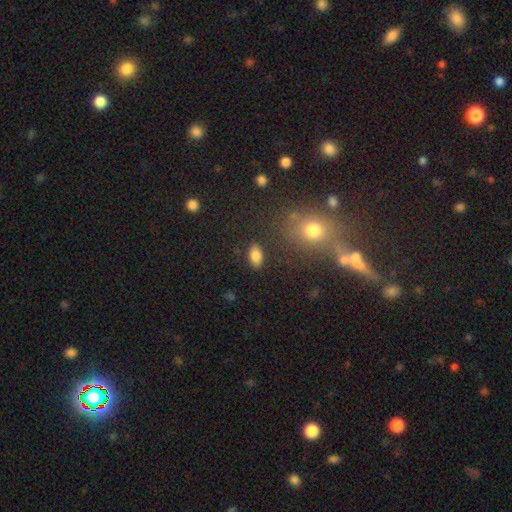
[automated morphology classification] smooth-or-featured: smooth: 84% | star or artifact: 10% | featured or disk: 6%
  how-rounded: in between: 91% | round: 6% | cigar-shaped: 3%
  merging: none: 87% | minor disturbance: 9% | major disturbance: 3% | merger: 2%